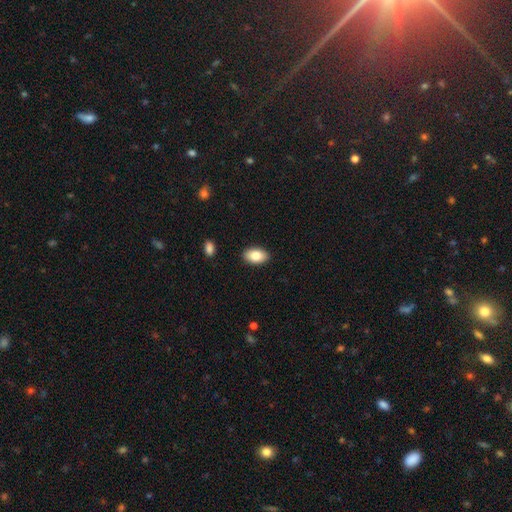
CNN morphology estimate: The model was most divided on "smooth or featured": smooth: 82%, featured or disk: 11%, star or artifact: 7%. More confident: how rounded — in between (92%); merging — none (89%).